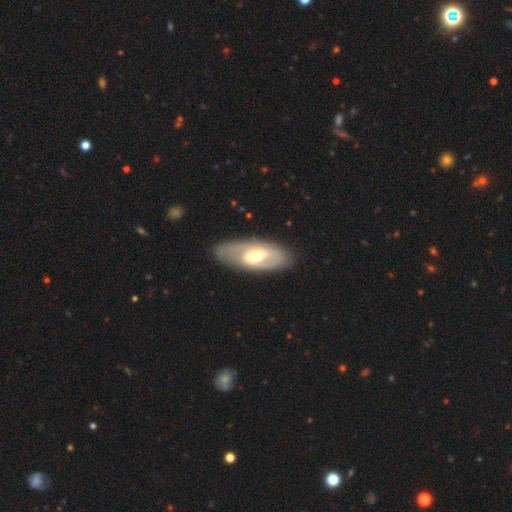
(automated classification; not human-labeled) Smooth or featured: featured or disk — 64% (smooth — 31%)
Edge-on disk: no — 86% (yes — 14%)
Bar: weak — 40% (no — 31%)
Spiral arms: no — 54% (yes — 46%)
Bulge size: moderate — 66% (small — 19%)
Merging: none — 80% (minor disturbance — 14%)